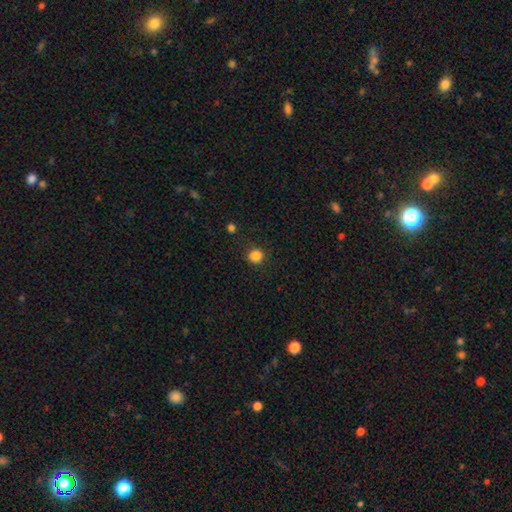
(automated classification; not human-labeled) This is clearly a smooth galaxy (85%). How rounded: clearly round (92%). Merging: clearly none (89%).